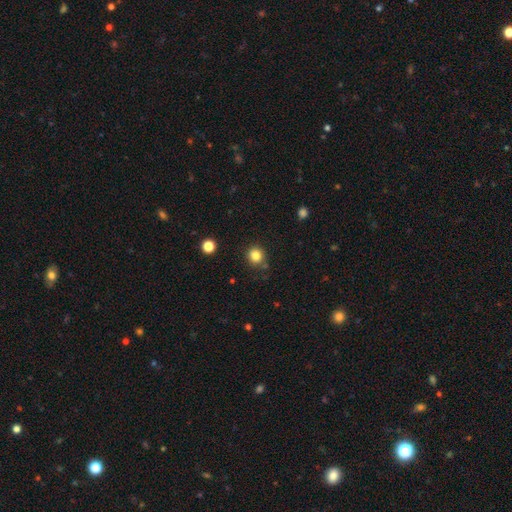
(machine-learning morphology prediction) smooth-or-featured: smooth: 83% | star or artifact: 12% | featured or disk: 5%
  how-rounded: round: 86% | in between: 13% | cigar-shaped: 1%
  merging: none: 83% | minor disturbance: 11% | merger: 4% | major disturbance: 3%